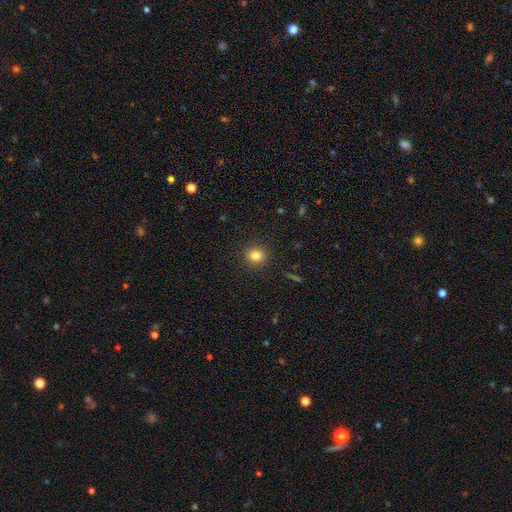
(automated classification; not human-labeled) smooth_or_featured: smooth (p=0.81) [alt: star or artifact p=0.12]
how_rounded: round (p=0.85) [alt: in between p=0.14]
merging: none (p=0.91) [alt: minor disturbance p=0.06]